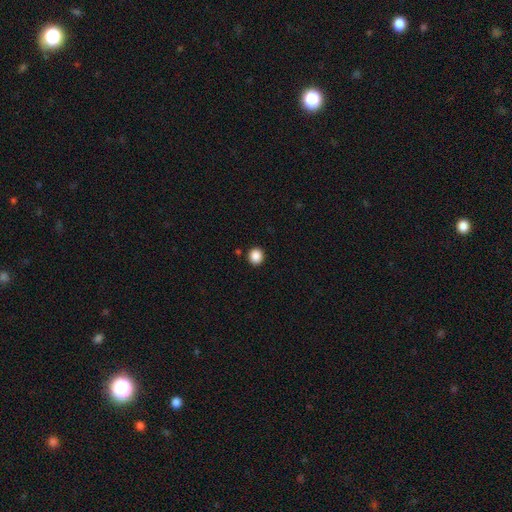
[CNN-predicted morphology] smooth-or-featured: smooth: 88% | star or artifact: 9% | featured or disk: 3%
  how-rounded: round: 86% | in between: 13% | cigar-shaped: 1%
  merging: none: 92% | minor disturbance: 5% | major disturbance: 2% | merger: 2%